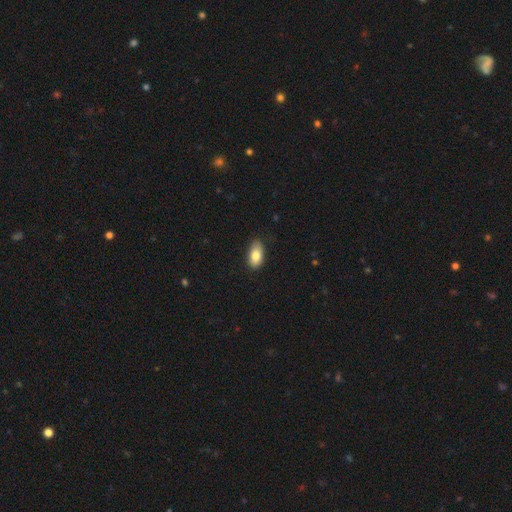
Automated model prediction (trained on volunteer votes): This is clearly a smooth galaxy (82%). How rounded: clearly in between (92%). Merging: likely none (78%).